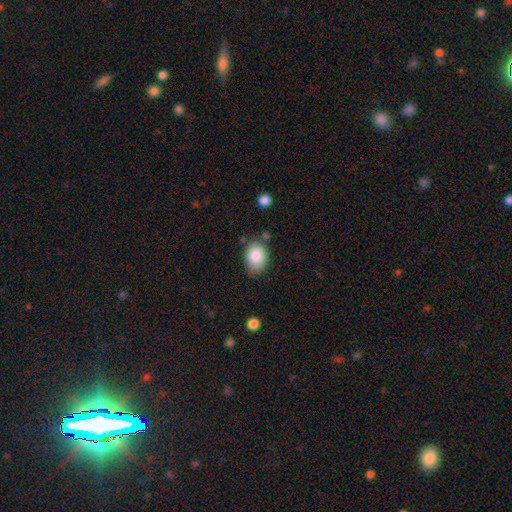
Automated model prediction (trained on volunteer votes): Smooth or featured? smooth (86%)
How rounded? in between (69%)
Merging? none (65%)